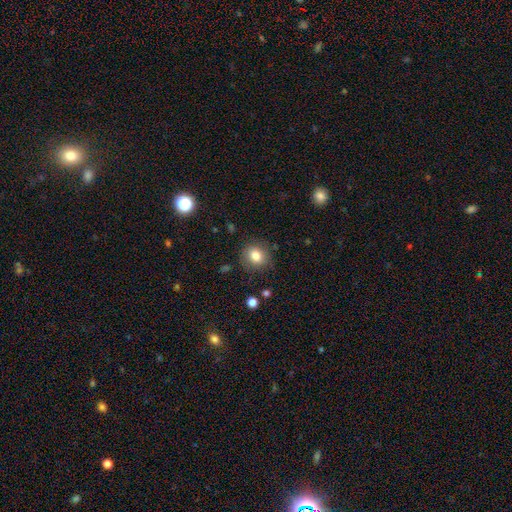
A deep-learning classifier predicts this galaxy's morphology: Smooth or featured? Predicted: smooth (p=0.81). How rounded? Predicted: round (p=0.81). Merging? Predicted: none (p=0.84).